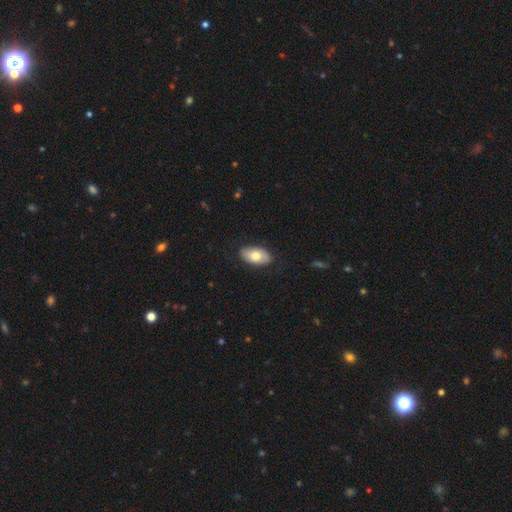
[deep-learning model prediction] A smooth galaxy with no disk features (75%) that is in between round and cigar-shaped (94%).

Vote fractions:
- Smooth or featured? smooth: 75% / featured or disk: 19% / star or artifact: 6%
- How rounded? in between: 94% / round: 3% / cigar-shaped: 2%
- Merging? none: 85% / minor disturbance: 12% / major disturbance: 2% / merger: 1%